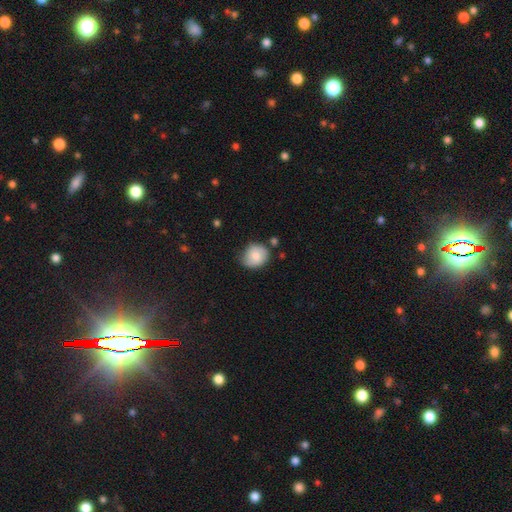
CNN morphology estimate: Smooth or featured: smooth — 74% (featured or disk — 19%)
How rounded: round — 68% (in between — 31%)
Merging: none — 63% (minor disturbance — 27%)